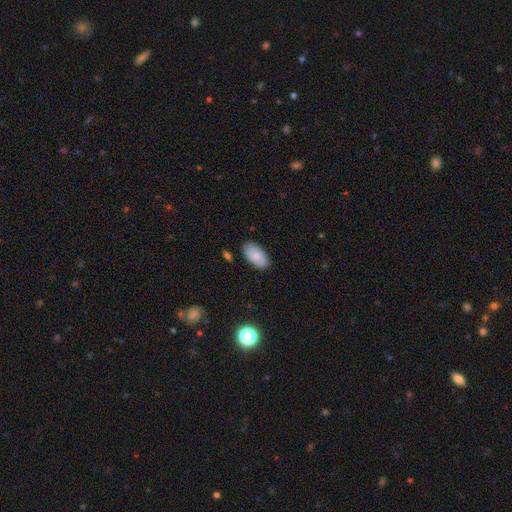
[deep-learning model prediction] A smooth galaxy with no disk features (76%) that is in between round and cigar-shaped (95%).

Vote fractions:
- Smooth or featured? smooth: 76% / featured or disk: 17% / star or artifact: 7%
- How rounded? in between: 95% / round: 3% / cigar-shaped: 2%
- Merging? none: 83% / minor disturbance: 13% / major disturbance: 2% / merger: 2%